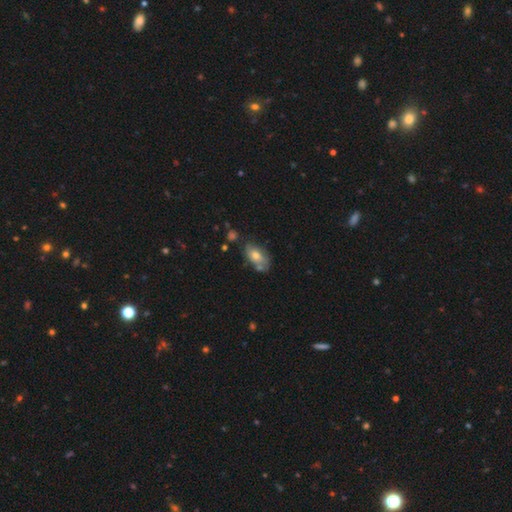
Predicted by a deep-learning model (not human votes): Smooth or featured? smooth (64%)
How rounded? in between (90%)
Merging? none (56%)